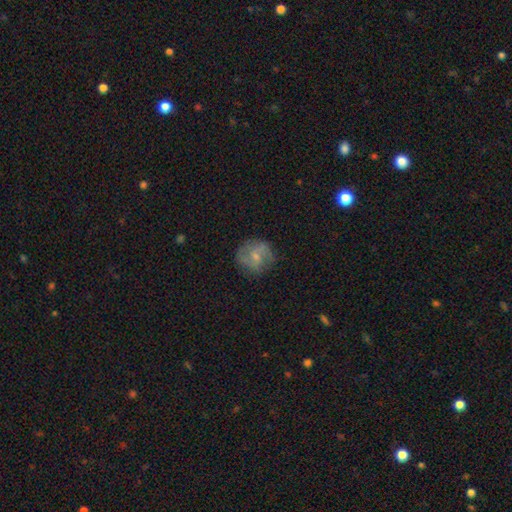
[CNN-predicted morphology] A featured or disk galaxy (51%).

Vote fractions:
- Smooth or featured? featured or disk: 51% / smooth: 41% / star or artifact: 8%
- Edge-on disk? no: 97% / yes: 3%
- Merging? none: 74% / minor disturbance: 18% / major disturbance: 7% / merger: 1%